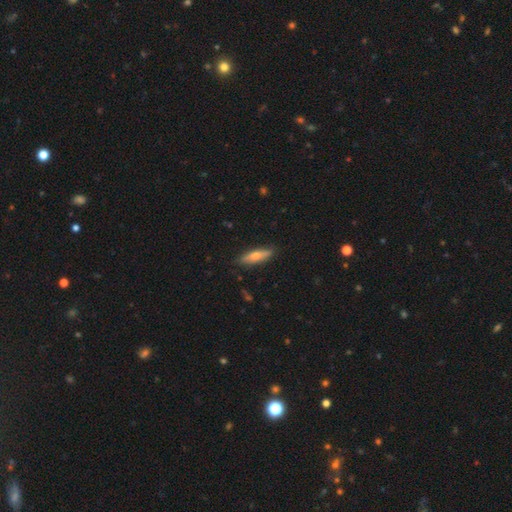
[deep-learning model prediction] Q: Smooth or featured?
A: smooth (62%); runner-up: featured or disk (32%)
Q: How rounded?
A: cigar-shaped (68%); runner-up: in between (30%)
Q: Merging?
A: none (87%); runner-up: minor disturbance (10%)